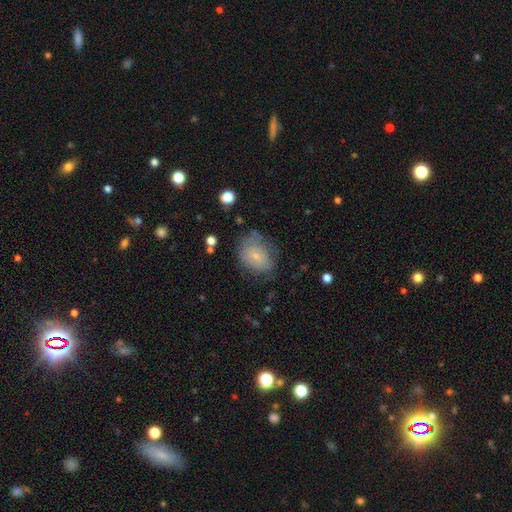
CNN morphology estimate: This appears to be a smooth galaxy with no disk features (65%) that is in between round and cigar-shaped (56%). Merging: none (57%).